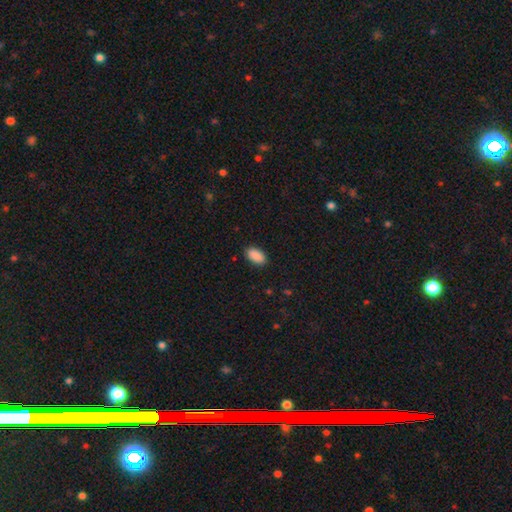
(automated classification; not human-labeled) Q: Smooth or featured?
A: smooth (90%); runner-up: star or artifact (7%)
Q: How rounded?
A: in between (93%); runner-up: round (4%)
Q: Merging?
A: none (89%); runner-up: minor disturbance (8%)